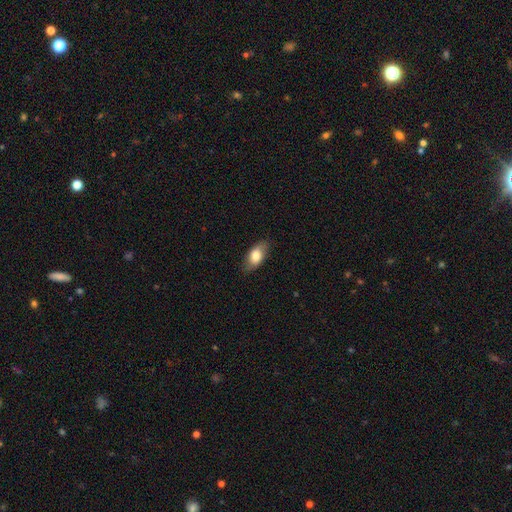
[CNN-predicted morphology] Smooth or featured? smooth (77%)
How rounded? in between (88%)
Merging? none (83%)